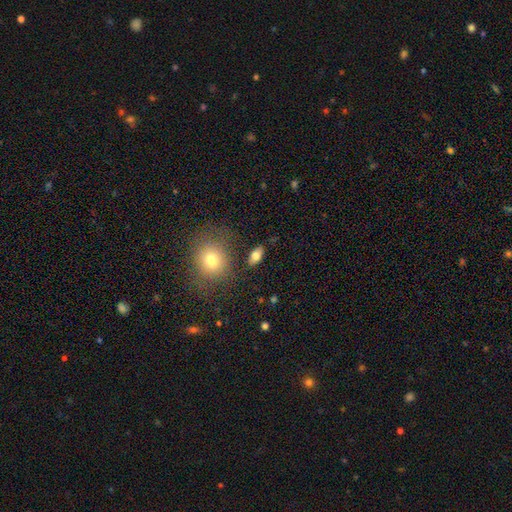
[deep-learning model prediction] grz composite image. It shows a smooth galaxy with no disk features (77%) that is in between round and cigar-shaped (86%). Merging: none (83%).